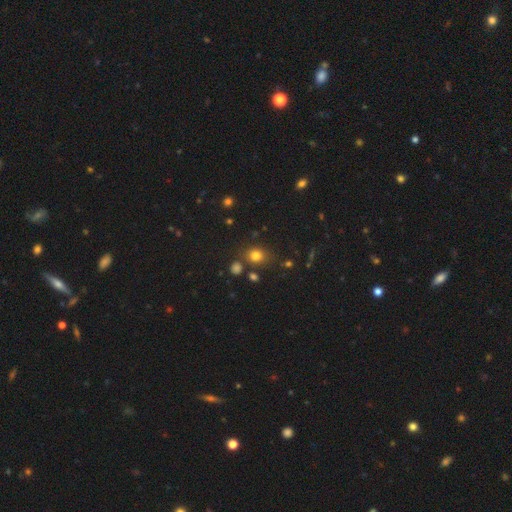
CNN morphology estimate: The model was most divided on "how rounded": round: 64%, in between: 34%, cigar-shaped: 1%. More confident: smooth or featured — smooth (77%); merging — none (75%).